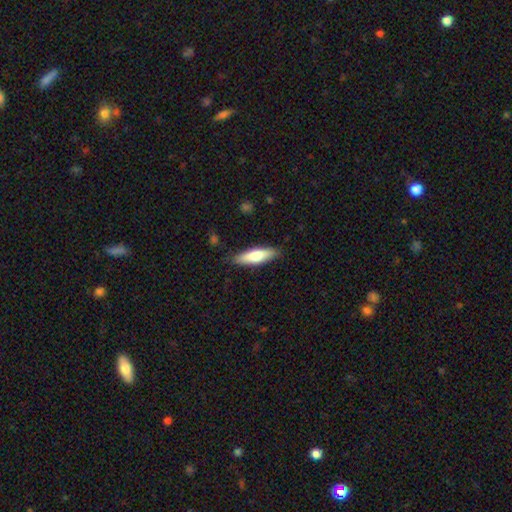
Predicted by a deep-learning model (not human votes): Smooth or featured?
  - smooth: 67% *
  - featured or disk: 27%
  - star or artifact: 5%
How rounded?
  - cigar-shaped: 59% *
  - in between: 40%
  - round: 2%
Merging?
  - none: 85% *
  - minor disturbance: 11%
  - major disturbance: 2%
  - merger: 1%